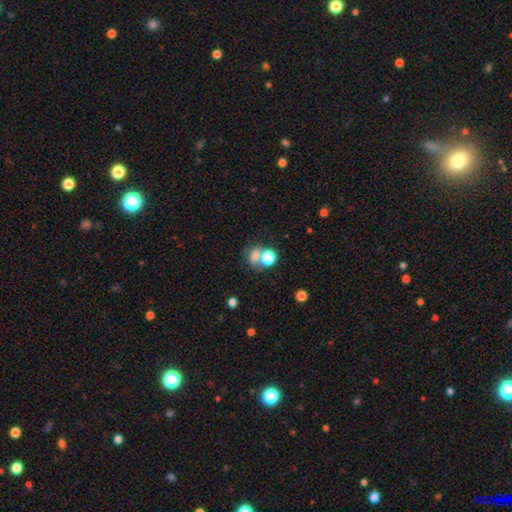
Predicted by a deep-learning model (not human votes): Smooth or featured: smooth — 71% (star or artifact — 18%)
How rounded: round — 49% (tied with in between — 49%)
Merging: none — 43% (merger — 40%)